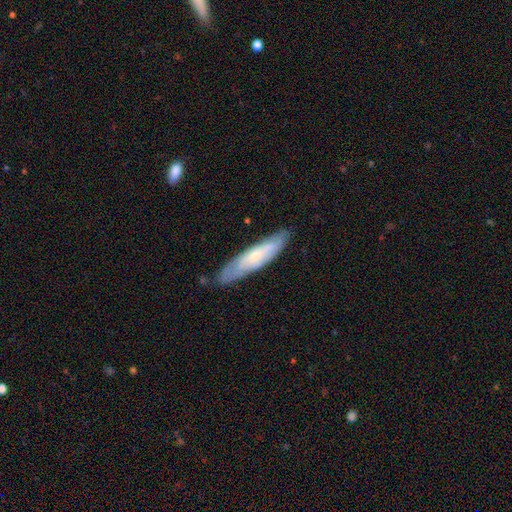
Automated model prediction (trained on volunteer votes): A featured or disk galaxy (48%).

Vote fractions:
- Smooth or featured? featured or disk: 48% / smooth: 46% / star or artifact: 6%
- Merging? none: 77% / minor disturbance: 17% / major disturbance: 3% / merger: 2%